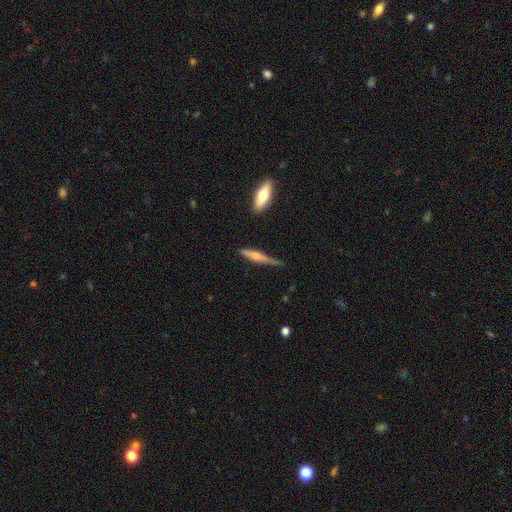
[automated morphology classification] smooth_or_featured: smooth (p=0.54) [alt: featured or disk p=0.39]
how_rounded: cigar-shaped (p=0.86) [alt: in between p=0.12]
merging: none (p=0.56) [alt: minor disturbance p=0.32]